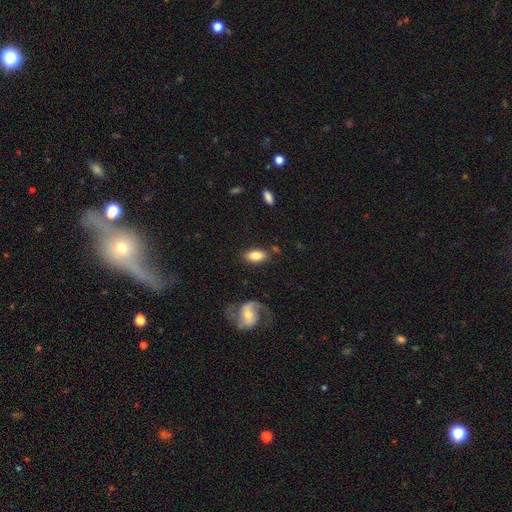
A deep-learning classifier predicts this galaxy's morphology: smooth 78%, featured or disk 15%, star or artifact 7%. Down the decision tree: how rounded — in between (90%); merging — none (80%).